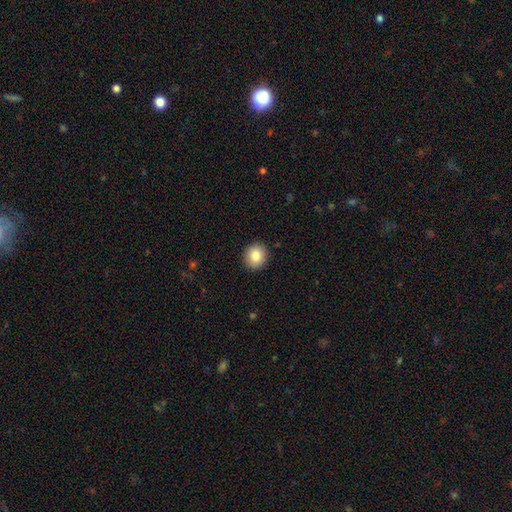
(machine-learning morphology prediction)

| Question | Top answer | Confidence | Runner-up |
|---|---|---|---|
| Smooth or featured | smooth | 84% | star or artifact (9%) |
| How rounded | round | 85% | in between (14%) |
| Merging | none | 92% | minor disturbance (6%) |